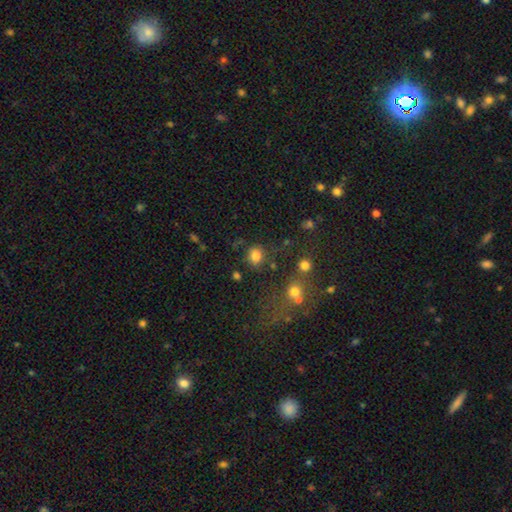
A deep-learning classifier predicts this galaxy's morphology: type=smooth (80%); roundness=round (74%); merging=none (75%).